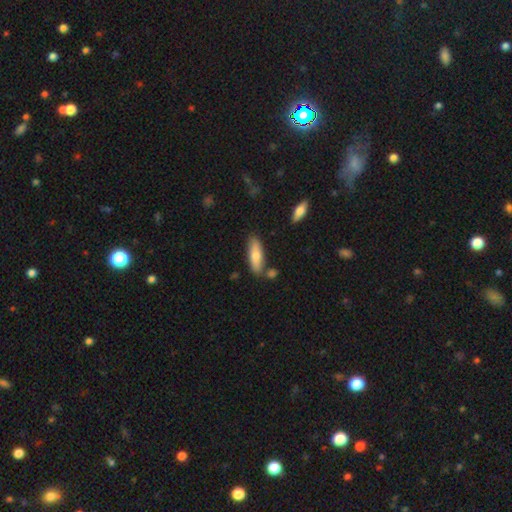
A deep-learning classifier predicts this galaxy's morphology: Smooth or featured: smooth — 71% (featured or disk — 23%)
How rounded: in between — 53% (cigar-shaped — 45%)
Merging: none — 77% (minor disturbance — 13%)